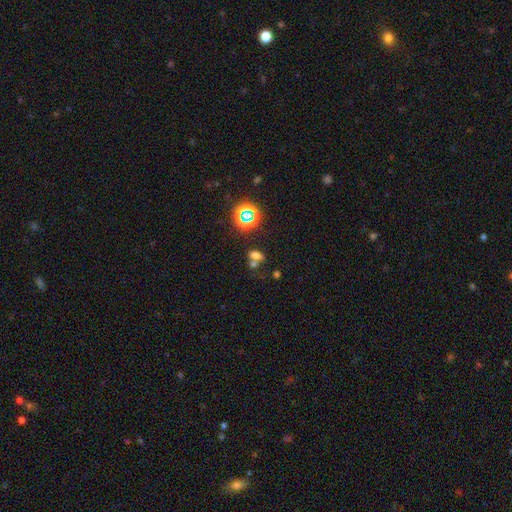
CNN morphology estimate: Smooth or featured? Predicted: smooth (p=0.60). How rounded? Predicted: in between (p=0.69). Merging? Predicted: none (p=0.47).